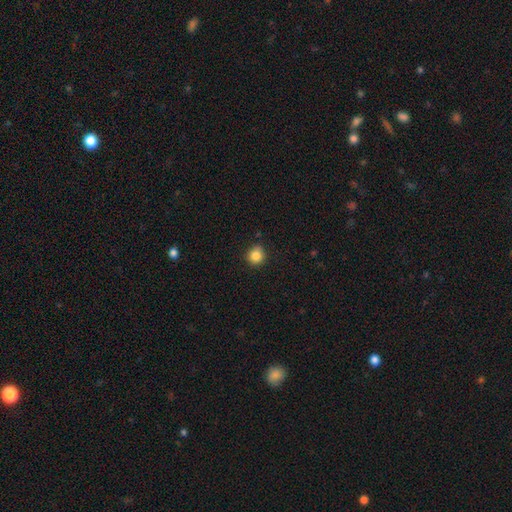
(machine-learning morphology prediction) Q: Smooth or featured?
A: smooth (84%); runner-up: star or artifact (11%)
Q: How rounded?
A: round (89%); runner-up: in between (10%)
Q: Merging?
A: none (81%); runner-up: minor disturbance (14%)